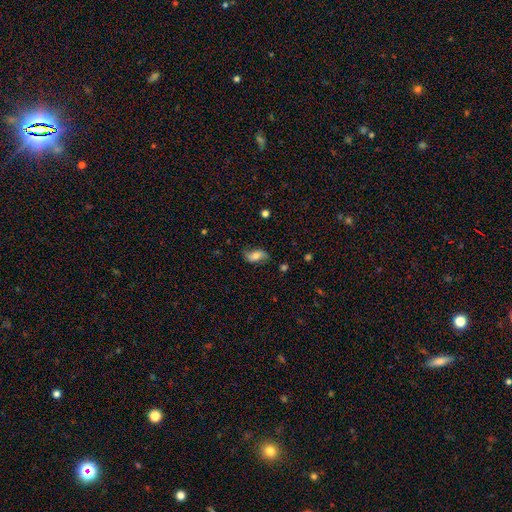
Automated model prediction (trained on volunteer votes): Smooth or featured?
  - smooth: 64% *
  - featured or disk: 28%
  - star or artifact: 8%
How rounded?
  - in between: 89% *
  - cigar-shaped: 6%
  - round: 5%
Merging?
  - none: 73% *
  - minor disturbance: 21%
  - major disturbance: 5%
  - merger: 2%